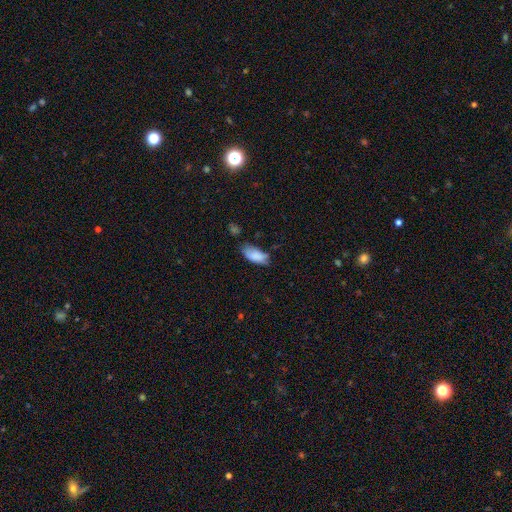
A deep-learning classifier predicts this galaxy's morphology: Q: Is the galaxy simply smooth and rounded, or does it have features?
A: smooth — 85%.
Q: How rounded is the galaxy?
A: in between — 87%.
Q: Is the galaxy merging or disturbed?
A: none — 53%.